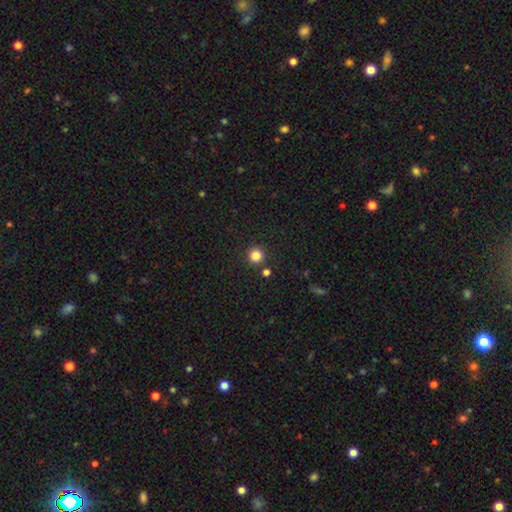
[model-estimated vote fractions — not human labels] A smooth galaxy with no disk features (84%) that is round (95%). Merging: none (89%).